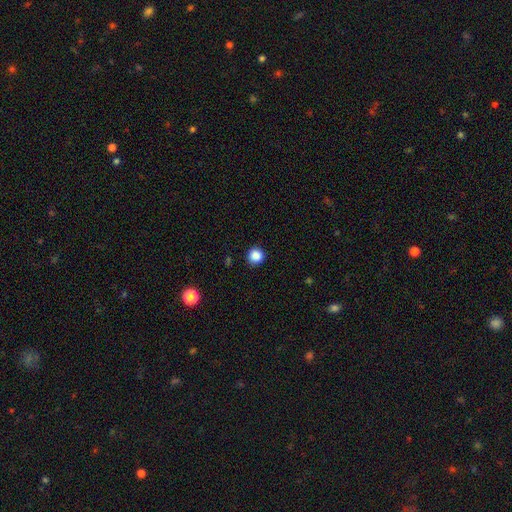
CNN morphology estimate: smooth-or-featured: smooth: 87% | star or artifact: 11% | featured or disk: 3%
  how-rounded: round: 93% | in between: 6% | cigar-shaped: 1%
  merging: none: 89% | minor disturbance: 7% | major disturbance: 2% | merger: 1%